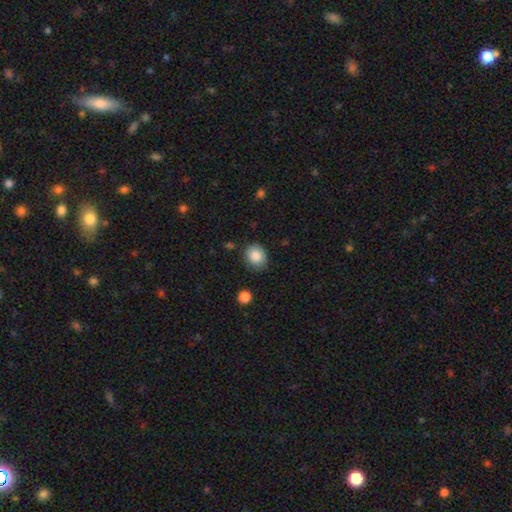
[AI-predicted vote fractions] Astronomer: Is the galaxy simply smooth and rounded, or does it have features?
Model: smooth — 86%.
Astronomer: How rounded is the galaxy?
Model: round — 65%.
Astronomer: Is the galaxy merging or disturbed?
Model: none — 79%.